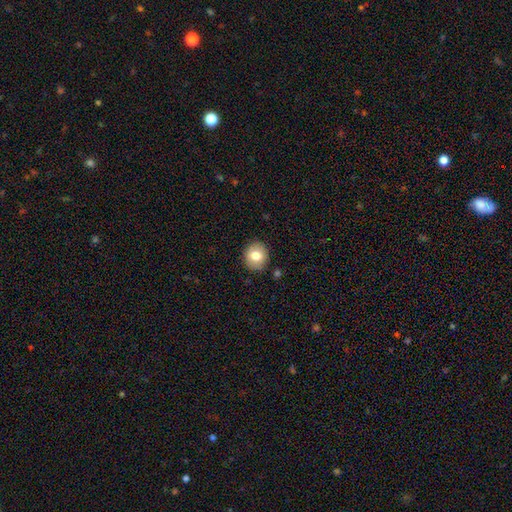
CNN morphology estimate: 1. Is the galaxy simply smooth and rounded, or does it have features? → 77% smooth, 14% featured or disk, 9% star or artifact.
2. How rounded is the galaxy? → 77% round, 22% in between, 1% cigar-shaped.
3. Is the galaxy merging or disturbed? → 88% none, 8% minor disturbance, 2% major disturbance, 2% merger.